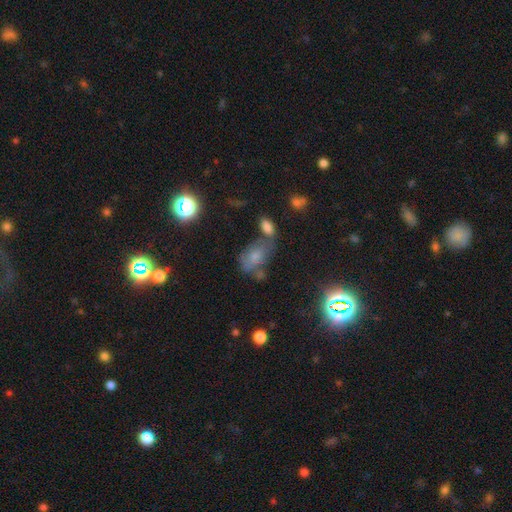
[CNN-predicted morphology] Smooth or featured?
  - smooth: 48% *
  - star or artifact: 29%
  - featured or disk: 23%
Merging?
  - none: 45% *
  - merger: 25%
  - minor disturbance: 19%
  - major disturbance: 11%